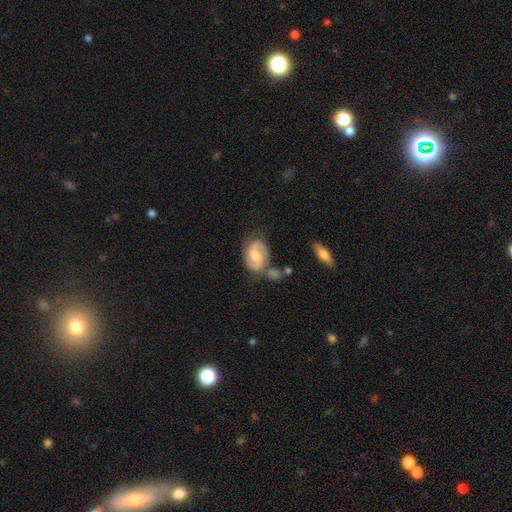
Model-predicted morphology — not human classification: Smooth or featured? Predicted: featured or disk (p=0.64). Edge-on disk? Predicted: no (p=0.97). Bar? Predicted: weak (p=0.50). Spiral arms? Predicted: yes (p=0.90). Spiral winding? Predicted: medium (p=0.50). Spiral arm count? Predicted: 2 (p=0.84). Bulge size? Predicted: moderate (p=0.52). Merging? Predicted: none (p=0.51).